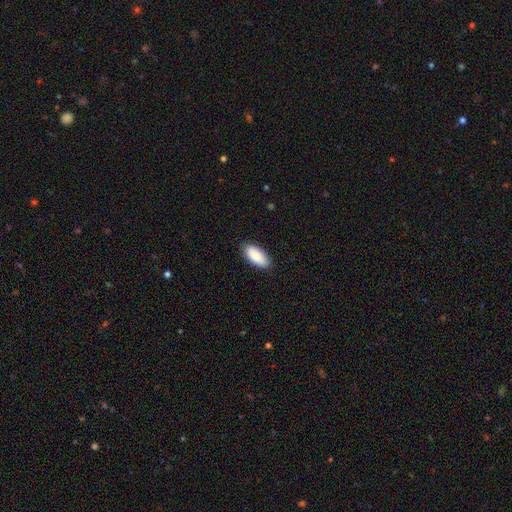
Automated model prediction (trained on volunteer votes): Smooth or featured: smooth — 87% (featured or disk — 8%)
How rounded: in between — 90% (cigar-shaped — 8%)
Merging: none — 85% (minor disturbance — 12%)